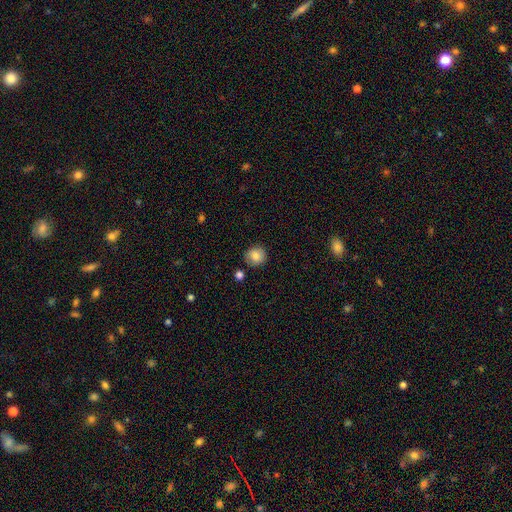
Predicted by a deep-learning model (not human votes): Smooth or featured? Predicted: smooth (p=0.81). How rounded? Predicted: round (p=0.88). Merging? Predicted: none (p=0.84).